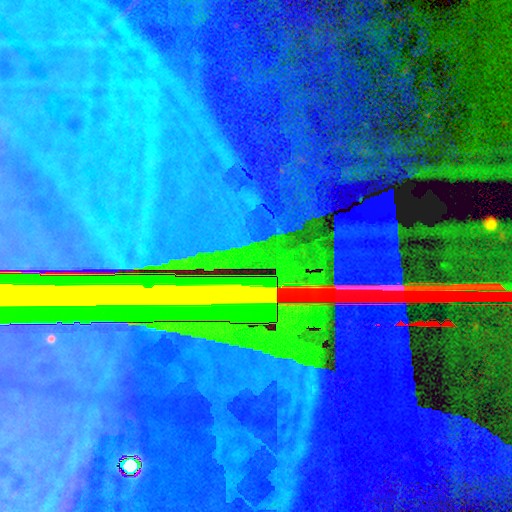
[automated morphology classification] A star or artifact, not a galaxy (87%).